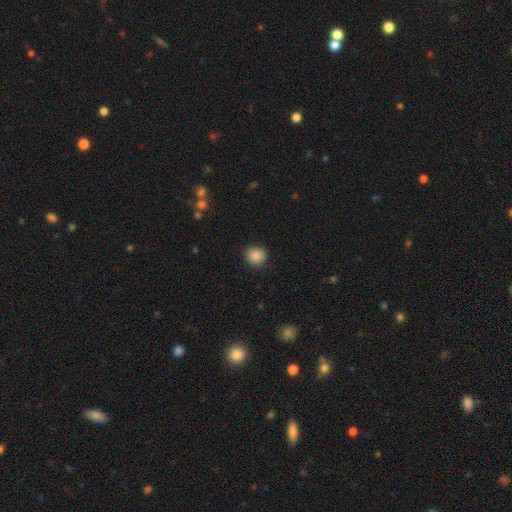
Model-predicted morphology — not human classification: Smooth or featured? Predicted: smooth (p=0.87). How rounded? Predicted: round (p=0.86). Merging? Predicted: none (p=0.89).